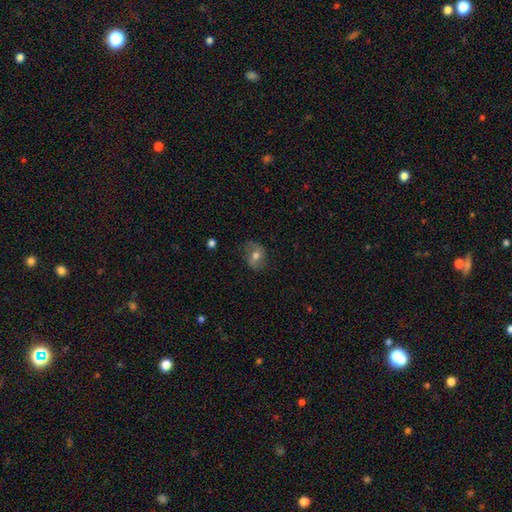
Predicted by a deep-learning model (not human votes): The model was most divided on "how rounded": in between: 55%, round: 44%, cigar-shaped: 1%. More confident: merging — none (67%); smooth or featured — smooth (56%).